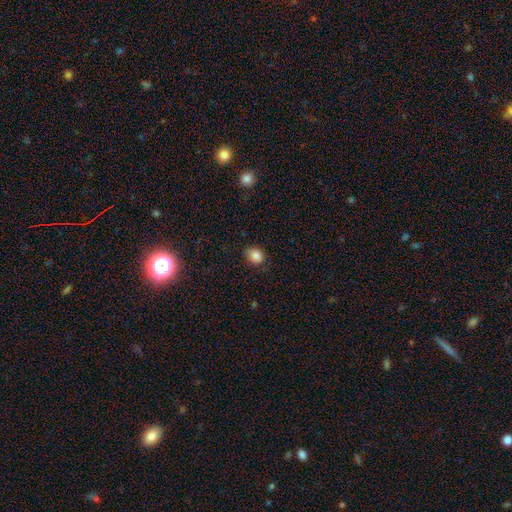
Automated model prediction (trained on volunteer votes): smooth-or-featured: smooth: 85% | star or artifact: 10% | featured or disk: 5%
  how-rounded: round: 54% | in between: 45% | cigar-shaped: 1%
  merging: none: 73% | minor disturbance: 22% | major disturbance: 4% | merger: 1%